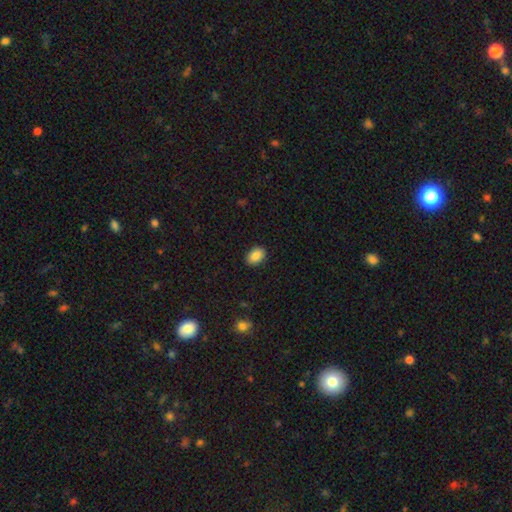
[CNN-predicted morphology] Q: Smooth or featured?
A: smooth (87%); runner-up: star or artifact (8%)
Q: How rounded?
A: in between (80%); runner-up: round (19%)
Q: Merging?
A: none (89%); runner-up: minor disturbance (8%)